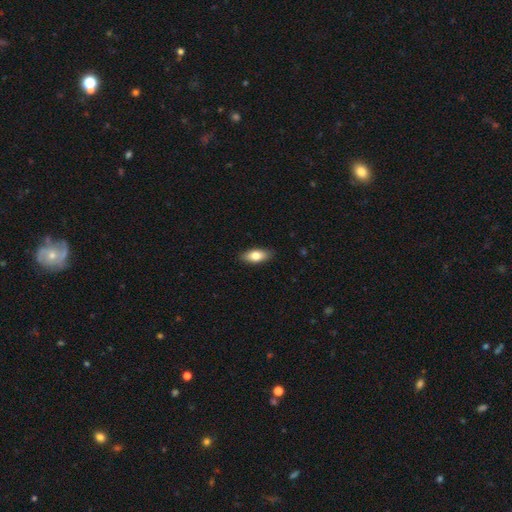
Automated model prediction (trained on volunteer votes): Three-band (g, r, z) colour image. It shows a smooth galaxy with no disk features (78%) that is in between round and cigar-shaped (83%). Merging: none (89%).